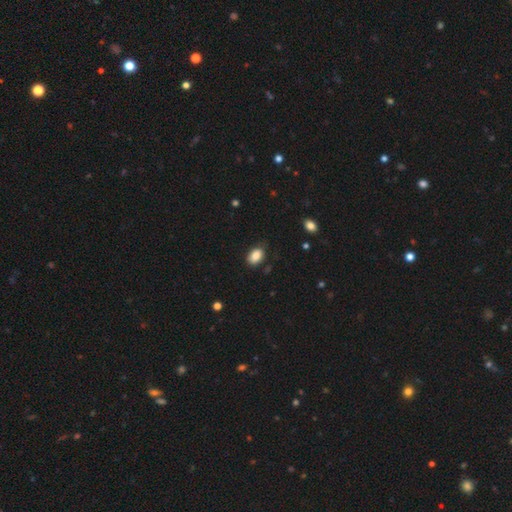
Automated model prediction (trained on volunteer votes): This is clearly a smooth galaxy (87%). How rounded: clearly in between (87%). Merging: likely none (76%).